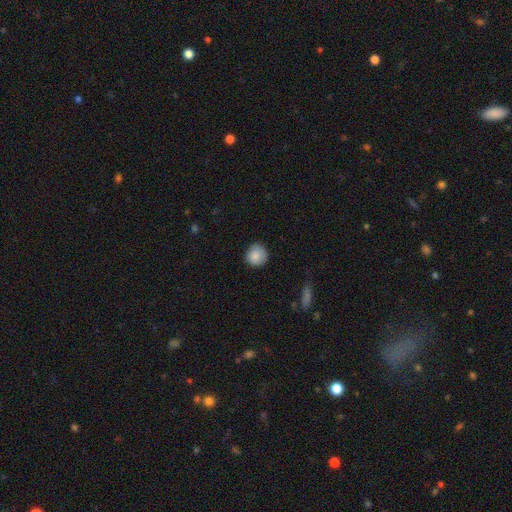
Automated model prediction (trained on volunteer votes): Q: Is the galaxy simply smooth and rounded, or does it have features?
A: smooth — 87%.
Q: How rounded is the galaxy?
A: round — 91%.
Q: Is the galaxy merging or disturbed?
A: none — 82%.